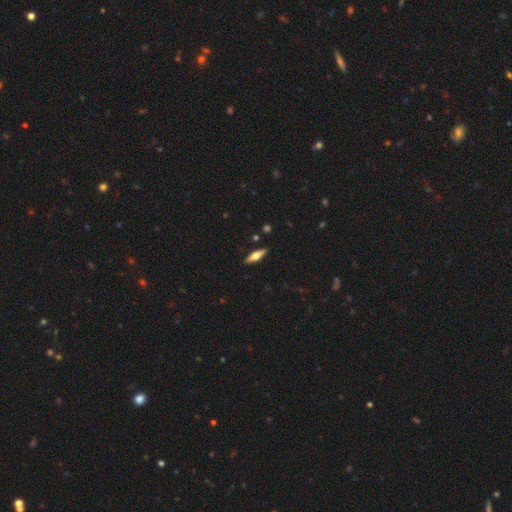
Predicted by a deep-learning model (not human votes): Smooth or featured?
  - smooth: 53% *
  - featured or disk: 41%
  - star or artifact: 6%
How rounded?
  - cigar-shaped: 50% *
  - in between: 47%
  - round: 2%
Merging?
  - none: 88% *
  - minor disturbance: 9%
  - major disturbance: 2%
  - merger: 1%